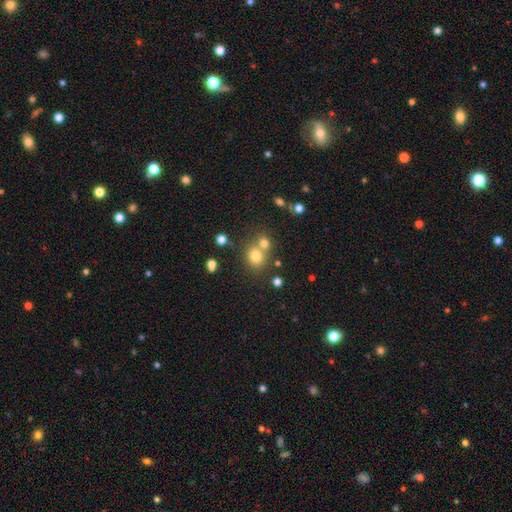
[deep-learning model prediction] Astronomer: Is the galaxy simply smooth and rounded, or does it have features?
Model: smooth — 75%.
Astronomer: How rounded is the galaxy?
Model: round — 72%.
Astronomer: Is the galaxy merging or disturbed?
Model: none — 50% (runner-up: merger, 38%).